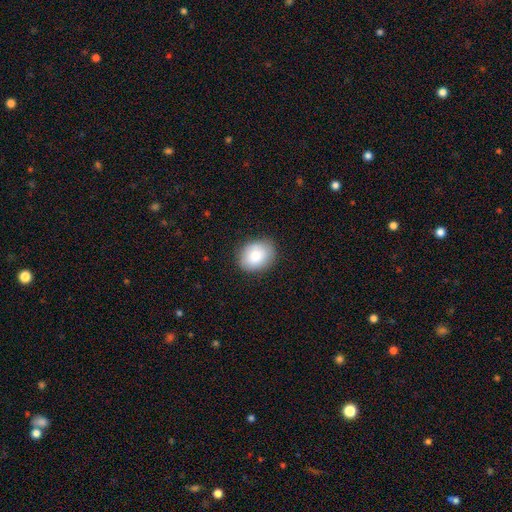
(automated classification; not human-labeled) This is clearly a smooth galaxy (84%). How rounded: possibly in between (56%). Merging: clearly none (85%).